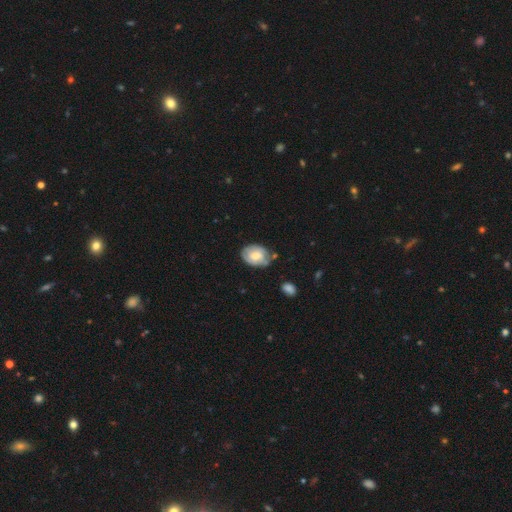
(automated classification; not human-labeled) The model was most divided on "smooth or featured": smooth: 53%, featured or disk: 39%, star or artifact: 7%. More confident: how rounded — in between (69%); merging — none (58%).